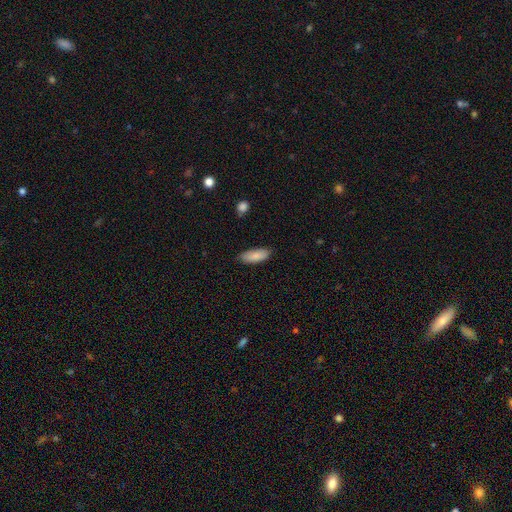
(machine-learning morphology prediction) Q: Smooth or featured?
A: smooth (86%); runner-up: featured or disk (8%)
Q: How rounded?
A: in between (77%); runner-up: cigar-shaped (22%)
Q: Merging?
A: none (83%); runner-up: minor disturbance (13%)